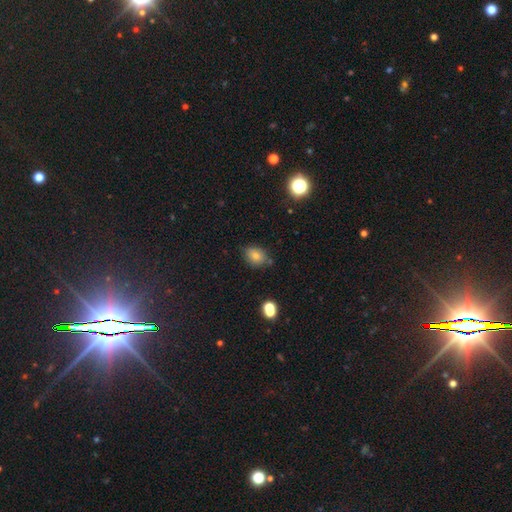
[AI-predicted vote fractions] Smooth or featured? Predicted: smooth (p=0.75). How rounded? Predicted: in between (p=0.58). Merging? Predicted: none (p=0.71).